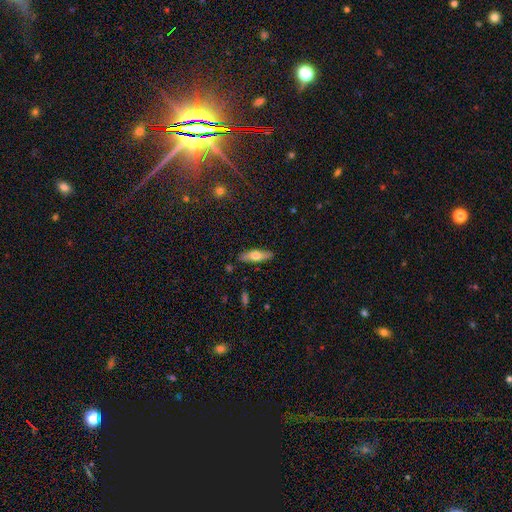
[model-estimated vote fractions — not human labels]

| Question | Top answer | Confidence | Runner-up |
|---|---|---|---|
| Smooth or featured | smooth | 64% | featured or disk (30%) |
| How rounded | in between | 49% | cigar-shaped (48%) |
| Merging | none | 85% | minor disturbance (11%) |